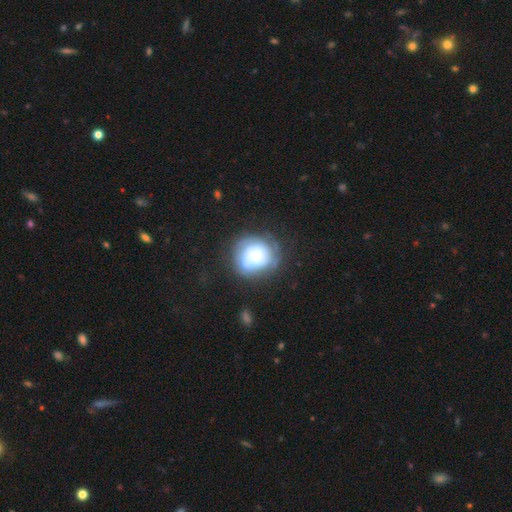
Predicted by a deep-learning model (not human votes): A featured or disk galaxy (54%) with no bar (86%), spiral arms (53%) and a moderate central bulge (48%). Merging: none (60%).